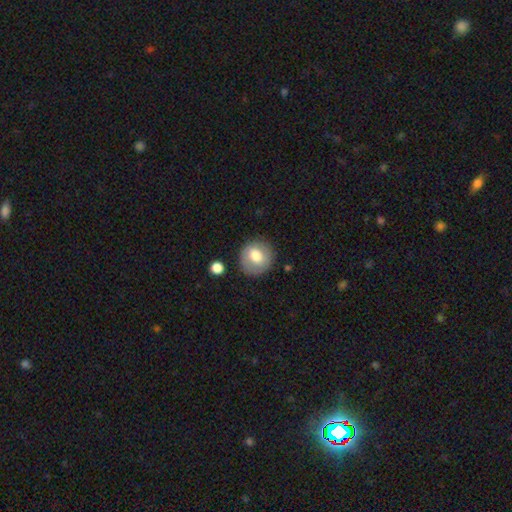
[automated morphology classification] A smooth galaxy with no disk features (73%) that is round (87%). Merging: none (83%).